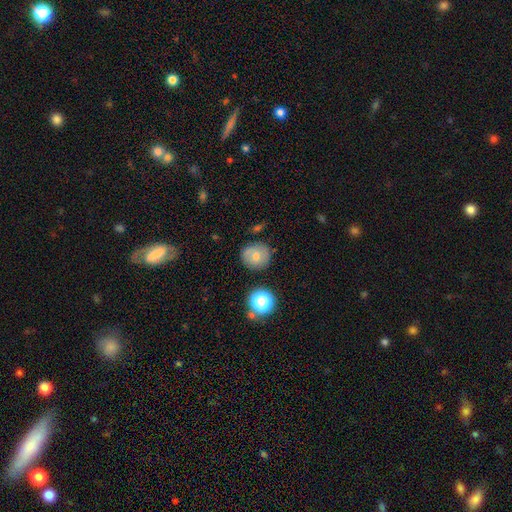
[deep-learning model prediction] This is likely a smooth galaxy (66%). How rounded: clearly round (89%). Merging: clearly none (80%).